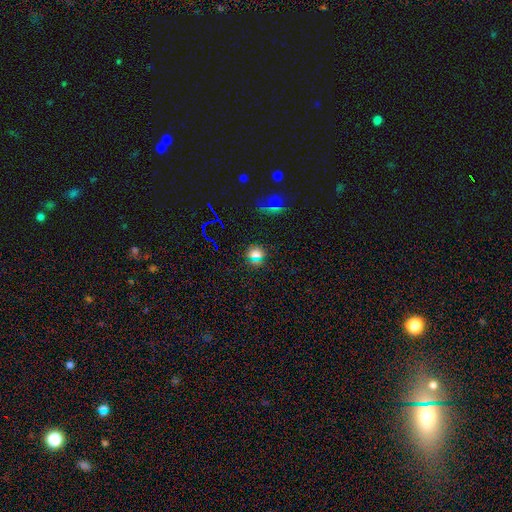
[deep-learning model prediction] The model was most divided on "smooth or featured": smooth: 52%, star or artifact: 40%, featured or disk: 8%. More confident: merging — none (83%); how rounded — round (72%).